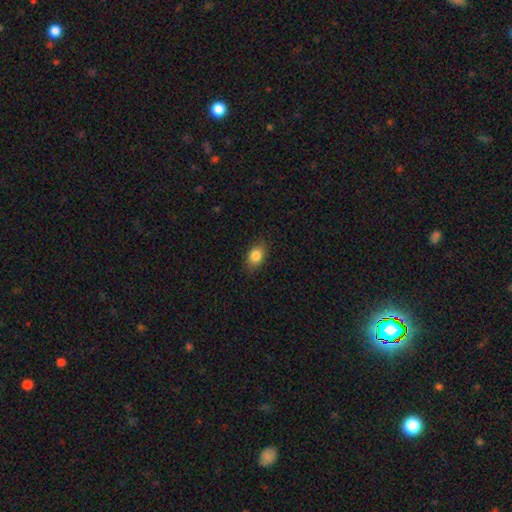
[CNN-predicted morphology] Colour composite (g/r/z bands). It shows a smooth galaxy with no disk features (84%) that is in between round and cigar-shaped (77%). Merging: none (85%).